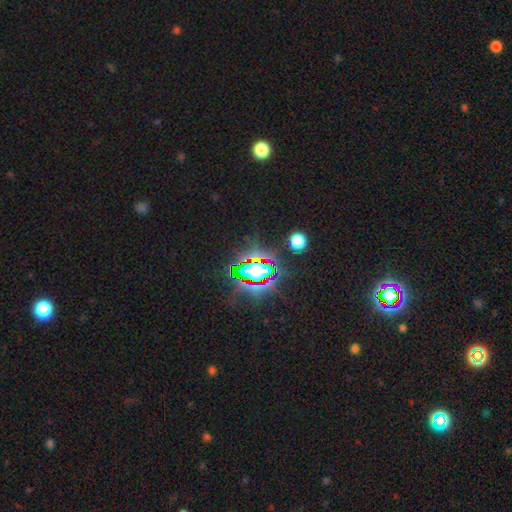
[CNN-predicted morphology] Smooth or featured? star or artifact (83%)